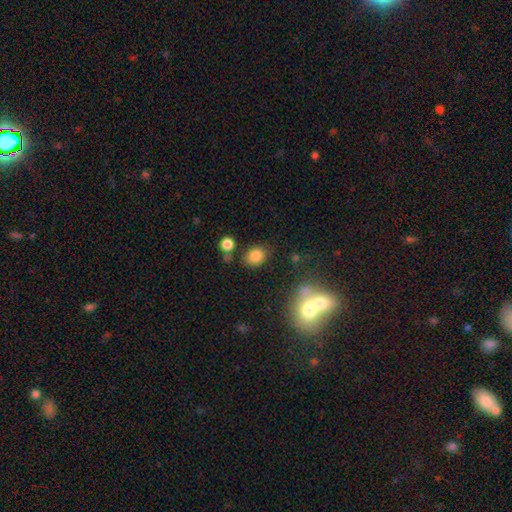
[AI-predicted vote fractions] Smooth or featured?
  - smooth: 83% *
  - star or artifact: 11%
  - featured or disk: 6%
How rounded?
  - in between: 54% *
  - round: 45%
  - cigar-shaped: 1%
Merging?
  - none: 75% *
  - minor disturbance: 13%
  - merger: 7%
  - major disturbance: 4%